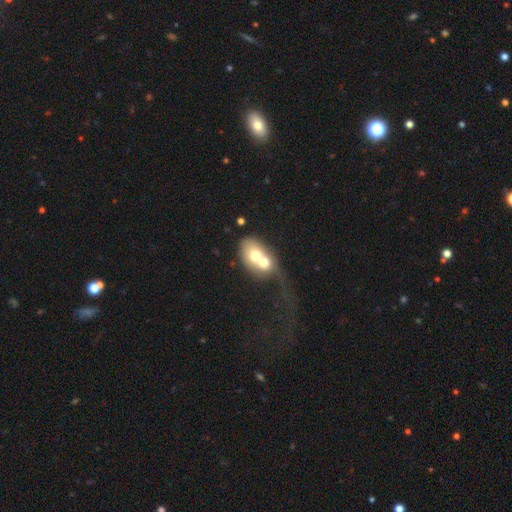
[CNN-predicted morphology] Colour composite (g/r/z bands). It shows a smooth galaxy with no disk features (60%) that is in between round and cigar-shaped (62%). Merging: merger (72%).